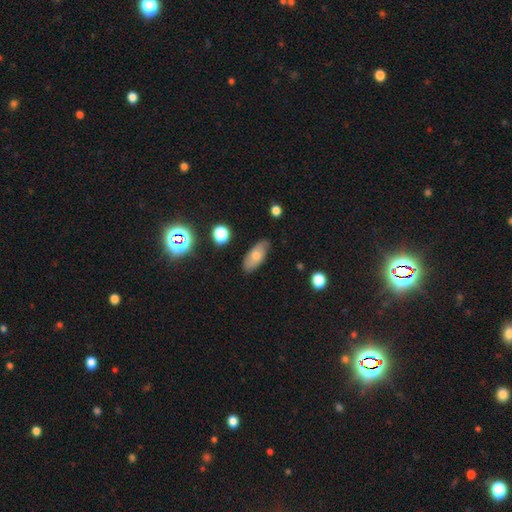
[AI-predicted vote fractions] Smooth or featured? Predicted: smooth (p=0.67). How rounded? Predicted: in between (p=0.87). Merging? Predicted: none (p=0.77).